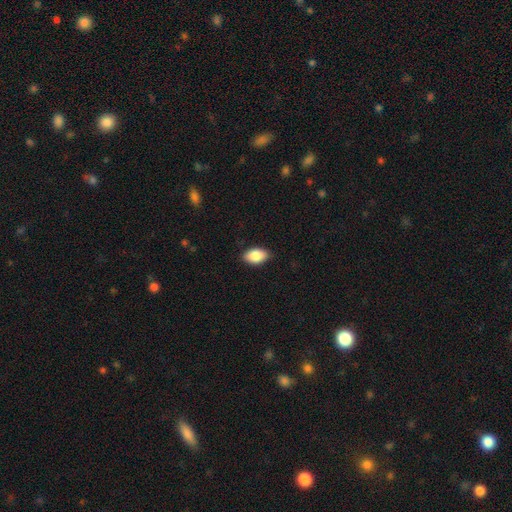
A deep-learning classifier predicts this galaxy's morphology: The model was most divided on "merging": none: 86%, minor disturbance: 11%, major disturbance: 2%, merger: 1%. More confident: how rounded — in between (92%); smooth or featured — smooth (86%).